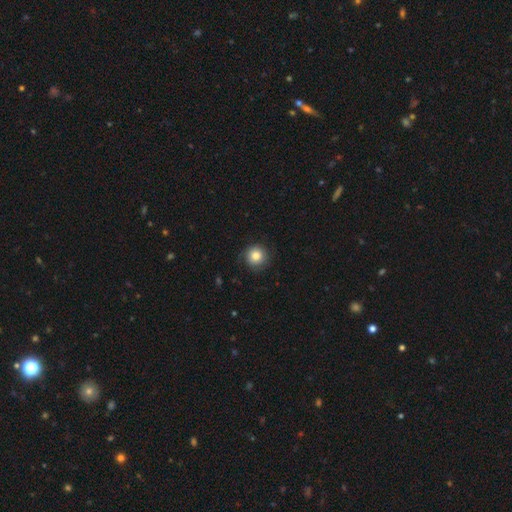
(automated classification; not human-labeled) Overall: smooth (83%). How rounded: round (95%). Merging: none (84%).